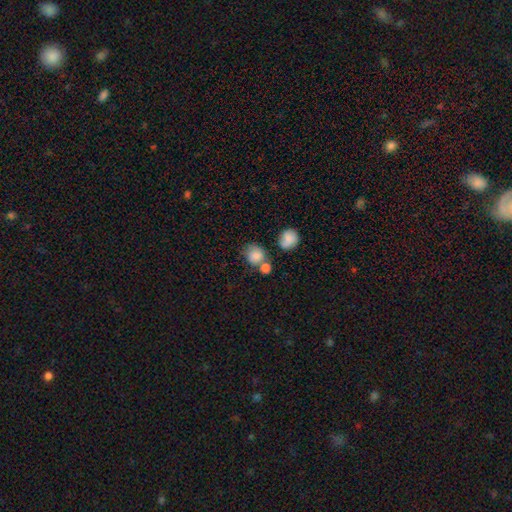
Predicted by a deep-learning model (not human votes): Smooth or featured?
  - smooth: 81% *
  - star or artifact: 10%
  - featured or disk: 9%
How rounded?
  - round: 68% *
  - in between: 31%
  - cigar-shaped: 1%
Merging?
  - none: 45% *
  - merger: 31%
  - minor disturbance: 16%
  - major disturbance: 7%